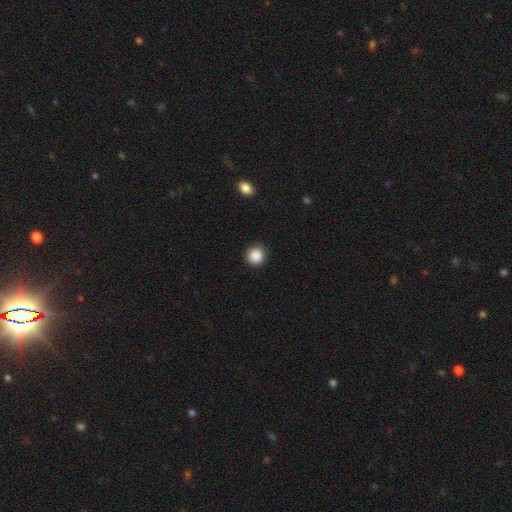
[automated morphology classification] smooth-or-featured: smooth: 89% | star or artifact: 9% | featured or disk: 2%
  how-rounded: round: 94% | in between: 6% | cigar-shaped: 1%
  merging: none: 91% | minor disturbance: 6% | major disturbance: 2% | merger: 1%